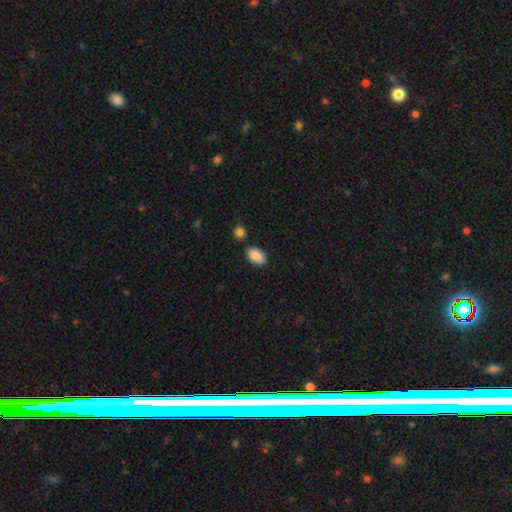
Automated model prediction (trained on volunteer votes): Smooth or featured? smooth (89%)
How rounded? in between (93%)
Merging? none (81%)